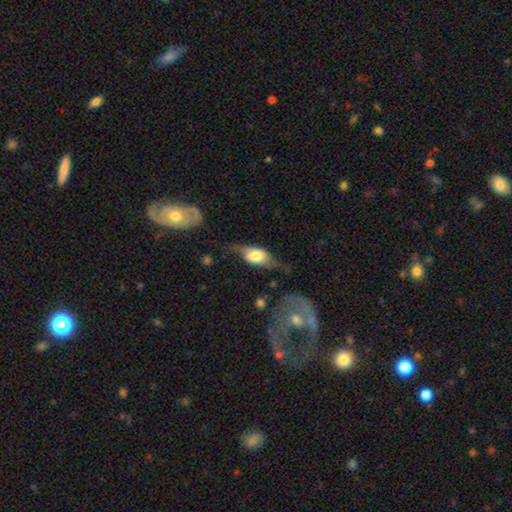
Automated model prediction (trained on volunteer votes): The model was most divided on "edge-on disk": no: 53%, yes: 47%. Remaining: smooth or featured — featured or disk (57%); merging — none (47%).